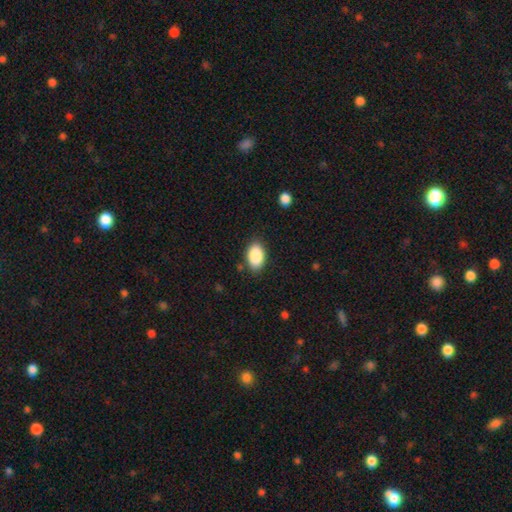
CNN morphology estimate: The model was most divided on "merging": none: 86%, minor disturbance: 10%, major disturbance: 3%, merger: 1%. More confident: how rounded — in between (93%); smooth or featured — smooth (89%).